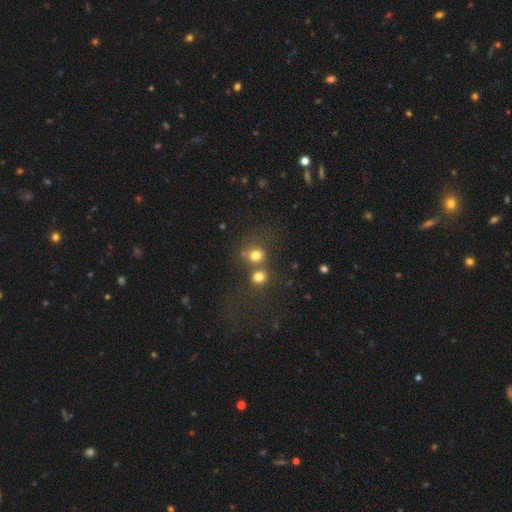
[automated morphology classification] A smooth galaxy with no disk features (75%) that is round (80%).

Vote fractions:
- Smooth or featured? smooth: 75% / star or artifact: 16% / featured or disk: 9%
- How rounded? round: 80% / in between: 19% / cigar-shaped: 1%
- Merging? none: 49% / merger: 38% / minor disturbance: 9% / major disturbance: 5%